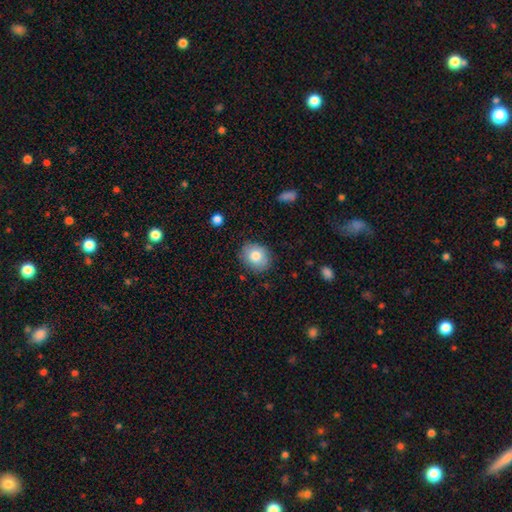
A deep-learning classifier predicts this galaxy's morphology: Smooth or featured? smooth (80%)
How rounded? round (58%)
Merging? none (84%)